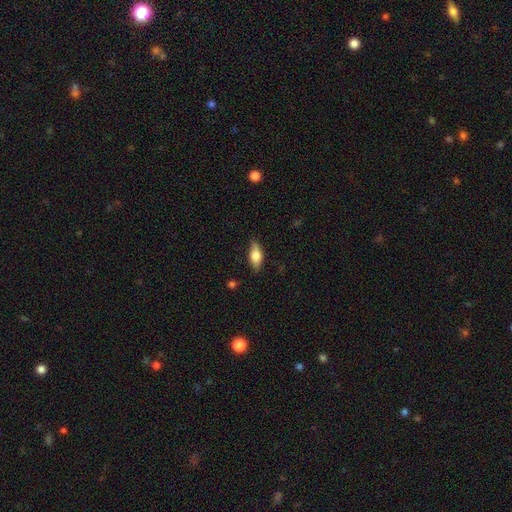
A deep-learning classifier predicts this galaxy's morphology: This appears to be a smooth galaxy with no disk features (66%) that is in between round and cigar-shaped (79%). Merging: none (83%).